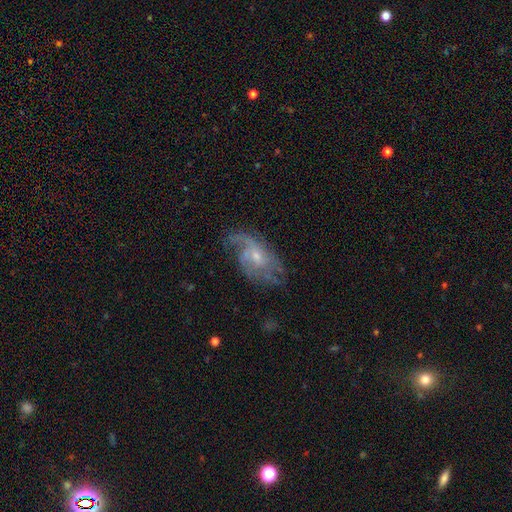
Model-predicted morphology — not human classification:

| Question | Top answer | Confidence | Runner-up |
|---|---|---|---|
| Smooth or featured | featured or disk | 79% | smooth (13%) |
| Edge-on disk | no | 95% | yes (5%) |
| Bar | no | 63% | weak (33%) |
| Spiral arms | yes | 91% | no (9%) |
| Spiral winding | medium | 40% | loose (38%) |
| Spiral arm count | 2 | 31% | can't tell (29%) |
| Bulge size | small | 60% | moderate (34%) |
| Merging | none | 58% | minor disturbance (23%) |